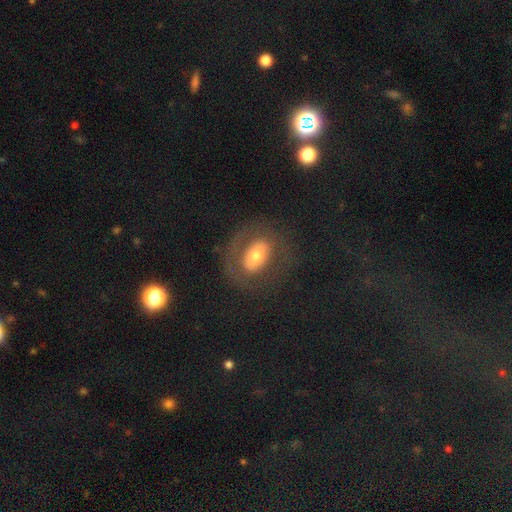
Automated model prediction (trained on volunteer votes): This is possibly a featured or disk galaxy (46%, tied with smooth). Merging: likely none (72%).